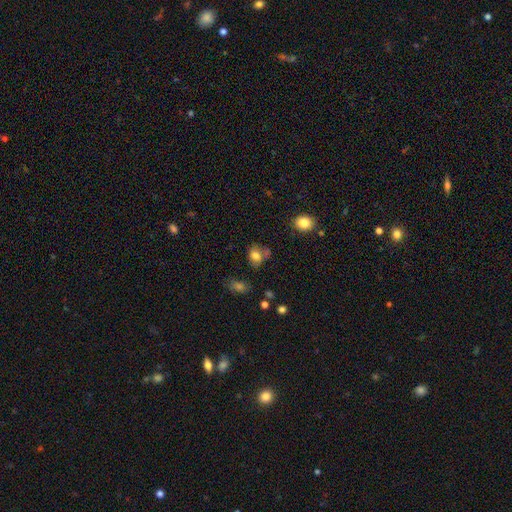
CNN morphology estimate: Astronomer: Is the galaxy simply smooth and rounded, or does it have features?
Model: smooth — 77%.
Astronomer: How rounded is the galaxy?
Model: in between — 59% (runner-up: round, 40%).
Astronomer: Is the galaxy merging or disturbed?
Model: none — 53%.